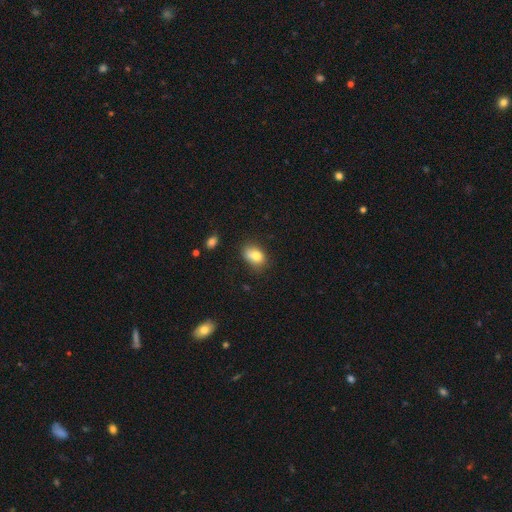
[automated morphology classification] Q: Smooth or featured?
A: smooth (77%); runner-up: featured or disk (13%)
Q: How rounded?
A: in between (72%); runner-up: round (26%)
Q: Merging?
A: none (49%); runner-up: minor disturbance (27%)